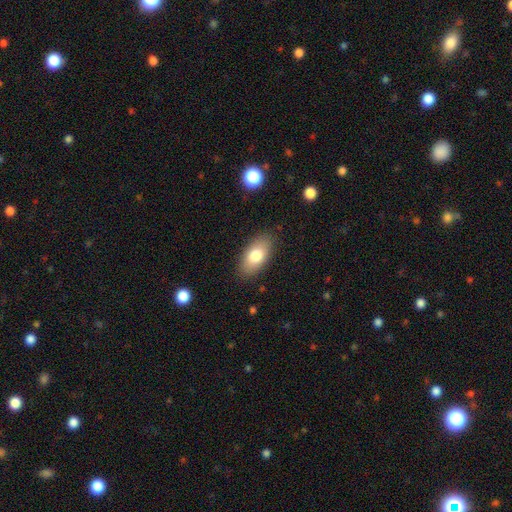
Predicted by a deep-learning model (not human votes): Q: Smooth or featured?
A: smooth (78%); runner-up: featured or disk (15%)
Q: How rounded?
A: in between (92%); runner-up: cigar-shaped (5%)
Q: Merging?
A: none (85%); runner-up: minor disturbance (11%)